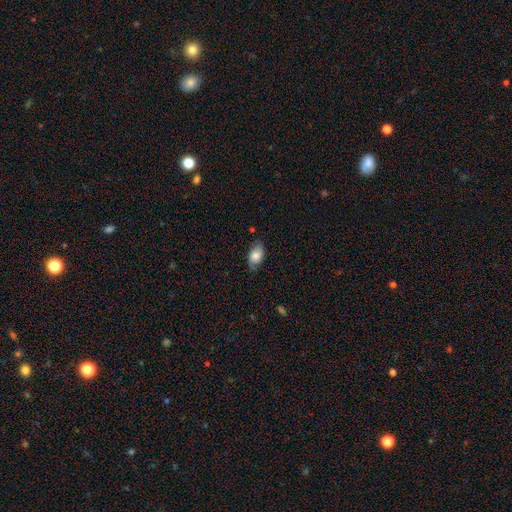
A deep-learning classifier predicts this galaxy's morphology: smooth_or_featured: smooth (p=0.69) [alt: featured or disk p=0.24]
how_rounded: in between (p=0.91) [alt: round p=0.07]
merging: none (p=0.68) [alt: minor disturbance p=0.25]